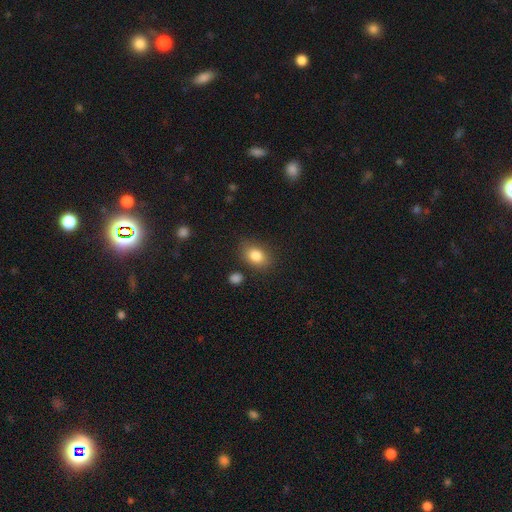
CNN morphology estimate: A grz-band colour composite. It shows a smooth galaxy with no disk features (83%) that is in between round and cigar-shaped (76%). Merging: none (78%).